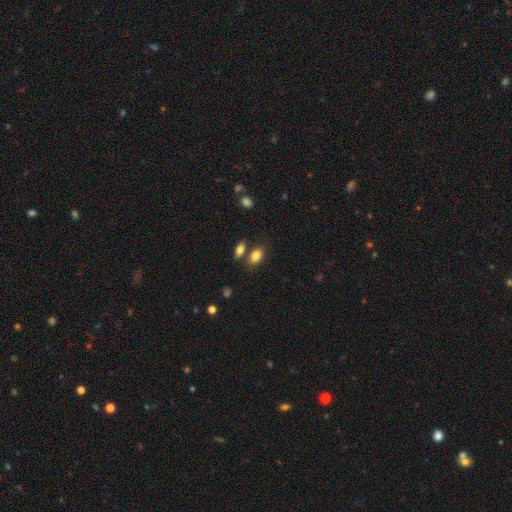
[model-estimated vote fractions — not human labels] smooth_or_featured: smooth (p=0.83) [alt: featured or disk p=0.09]
how_rounded: in between (p=0.87) [alt: round p=0.09]
merging: none (p=0.65) [alt: merger p=0.19]